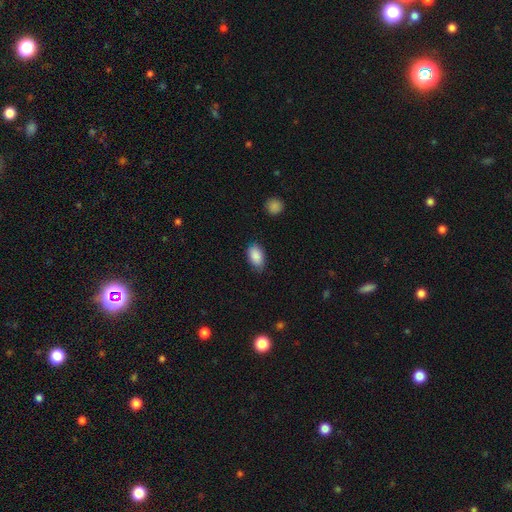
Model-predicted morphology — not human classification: smooth 89%, star or artifact 7%, featured or disk 4%. Down the decision tree: how rounded — in between (92%); merging — none (78%).